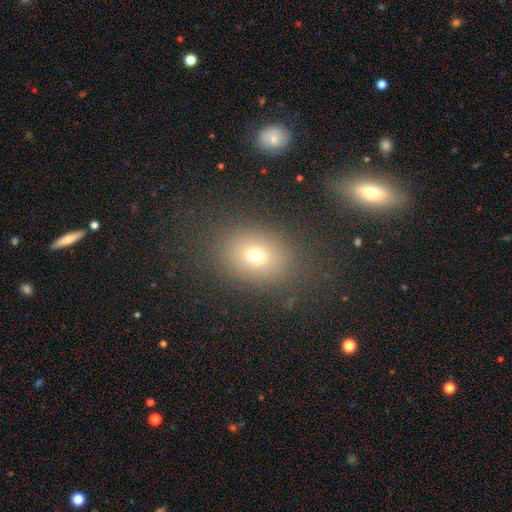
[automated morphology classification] Smooth or featured? smooth (70%)
How rounded? in between (58%)
Merging? none (80%)